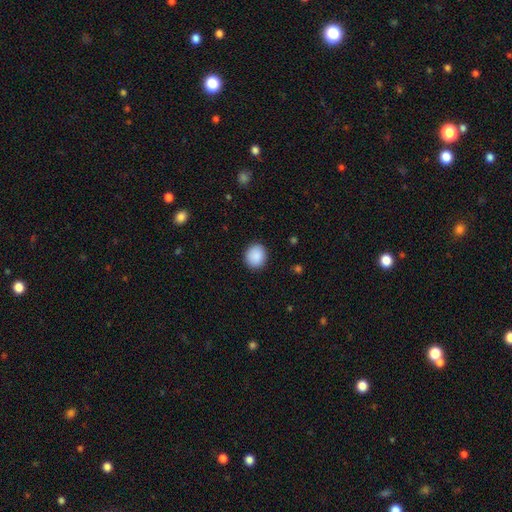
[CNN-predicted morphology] This appears to be a smooth galaxy with no disk features (90%) that is round (73%). Merging: none (90%).